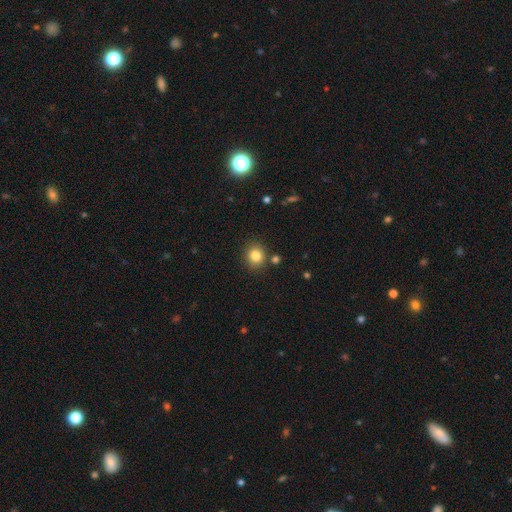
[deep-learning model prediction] A smooth galaxy with no disk features (83%) that is round (79%). Merging: none (83%).